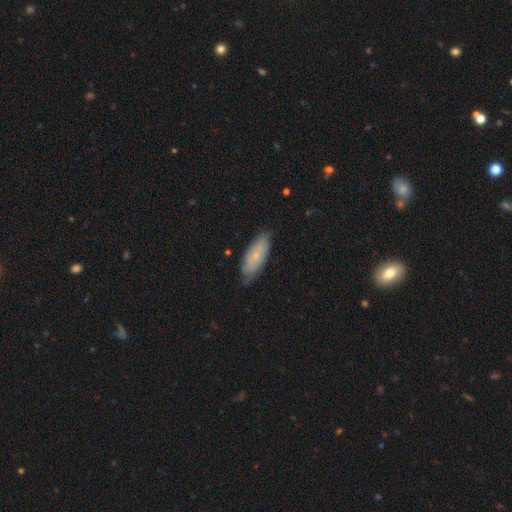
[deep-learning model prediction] Q: Smooth or featured?
A: smooth (56%); runner-up: featured or disk (37%)
Q: How rounded?
A: in between (75%); runner-up: cigar-shaped (23%)
Q: Merging?
A: none (73%); runner-up: minor disturbance (22%)